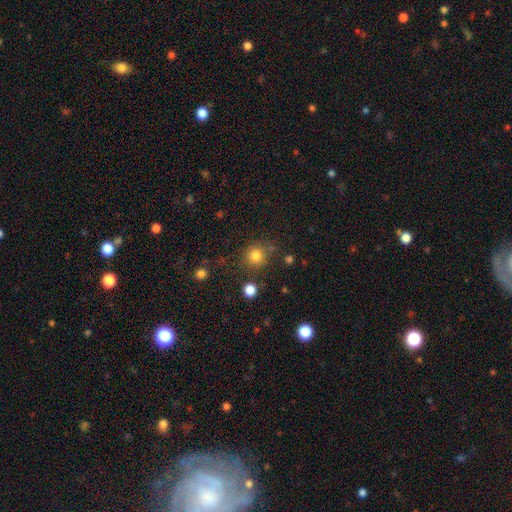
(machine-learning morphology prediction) Overall: smooth (82%). How rounded: round (90%). Merging: none (78%).